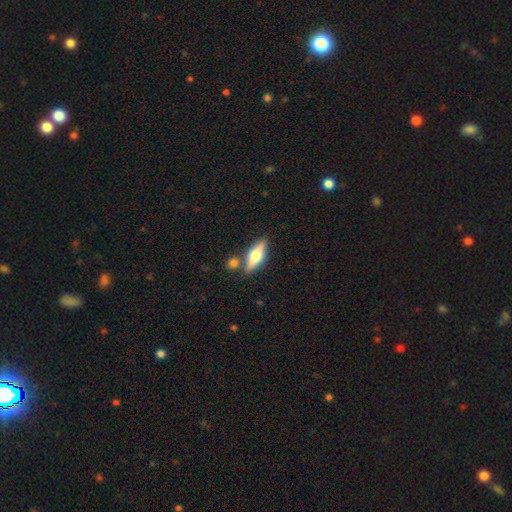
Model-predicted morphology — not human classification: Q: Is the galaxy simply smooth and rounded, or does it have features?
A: featured or disk — 48%.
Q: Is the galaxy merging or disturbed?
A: none — 75%.